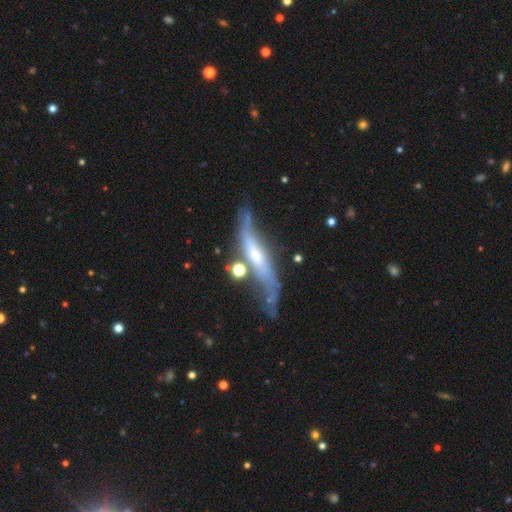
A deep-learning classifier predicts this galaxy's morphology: smooth_or_featured: featured or disk (p=0.76) [alt: smooth p=0.17]
disk_edge_on: yes (p=0.54) [alt: no p=0.46]
merging: none (p=0.45) [alt: minor disturbance p=0.25]